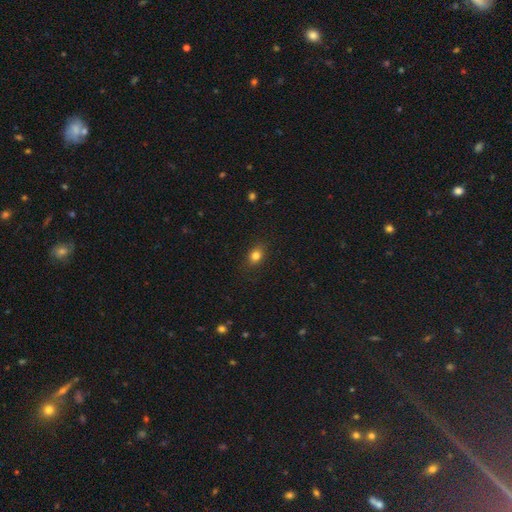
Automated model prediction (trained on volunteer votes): This is clearly a smooth galaxy (81%). How rounded: possibly in between (60%). Merging: clearly none (84%).